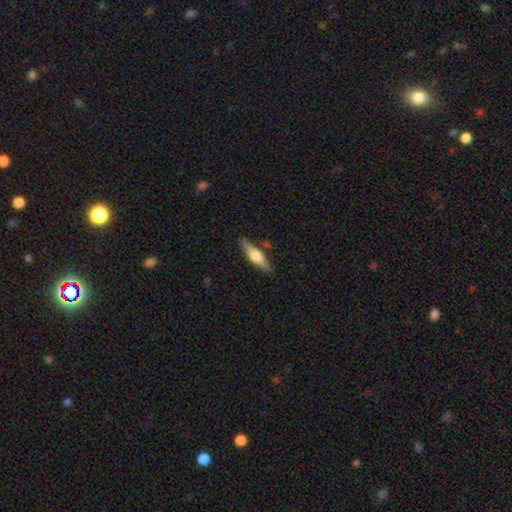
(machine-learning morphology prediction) smooth-or-featured: featured or disk: 57% | smooth: 37% | star or artifact: 6%
  disk-edge-on: yes: 95% | no: 5%
    edge-on-bulge: rounded: 88% | boxy: 8% | none: 3%
  merging: none: 85% | minor disturbance: 10% | merger: 3% | major disturbance: 2%